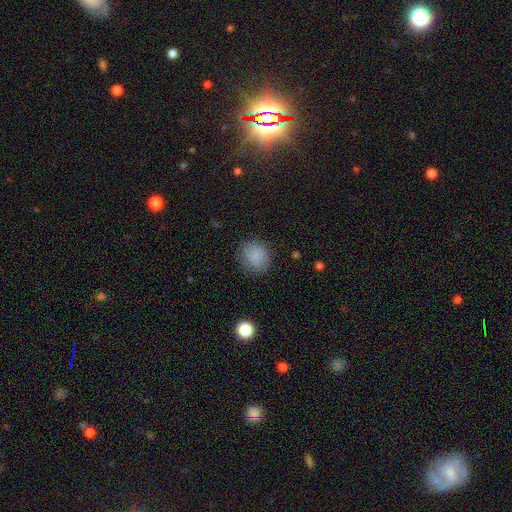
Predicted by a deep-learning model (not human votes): Smooth or featured: smooth — 85% (star or artifact — 10%)
How rounded: round — 84% (in between — 15%)
Merging: none — 83% (minor disturbance — 12%)